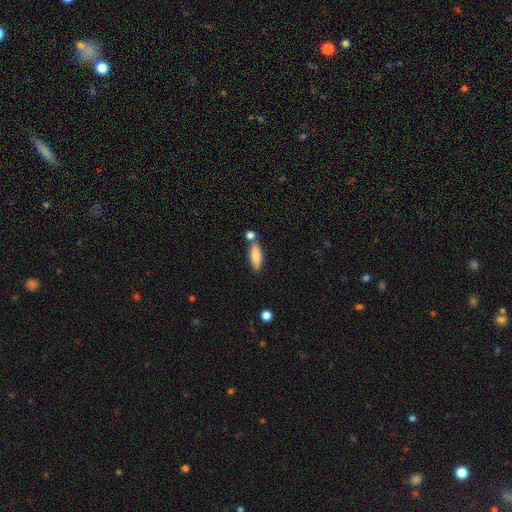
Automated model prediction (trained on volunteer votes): A smooth galaxy with no disk features (75%) that is in between round and cigar-shaped (58%). Merging: none (66%).